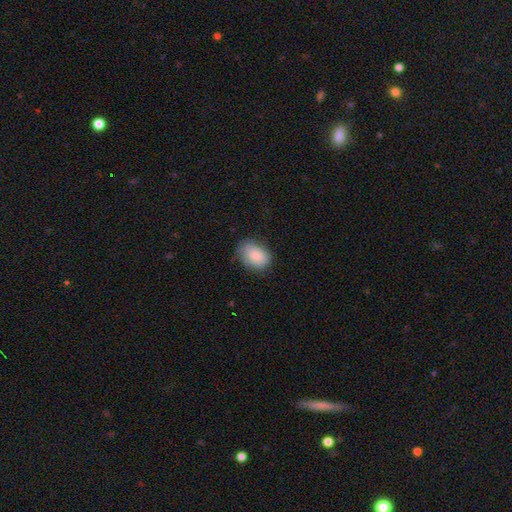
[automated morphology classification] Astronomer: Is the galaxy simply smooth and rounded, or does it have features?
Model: smooth — 85%.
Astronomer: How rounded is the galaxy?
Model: in between — 78%.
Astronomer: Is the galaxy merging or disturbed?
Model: none — 71%.